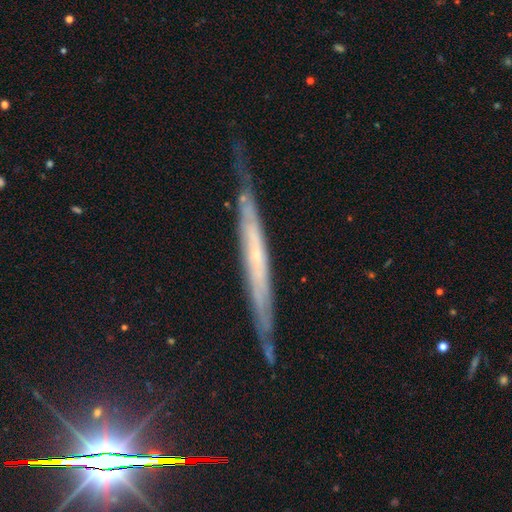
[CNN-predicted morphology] This is likely a featured or disk galaxy (73%). It is clearly viewed edge-on (85%). Edge-on bulge: likely none (74%). Merging: likely none (73%).